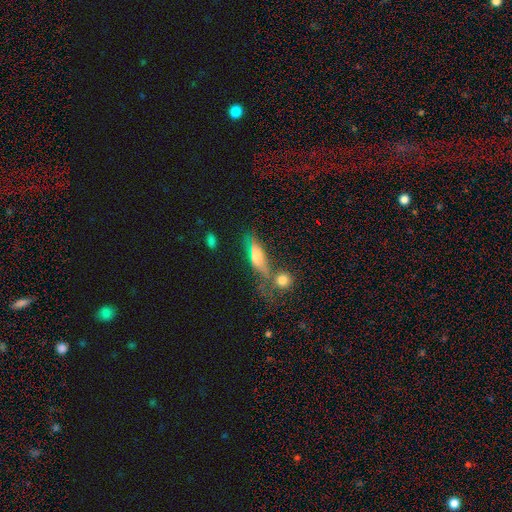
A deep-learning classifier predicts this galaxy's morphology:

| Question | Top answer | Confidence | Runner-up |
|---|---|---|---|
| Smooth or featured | smooth | 45% | featured or disk (42%) |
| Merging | none | 43% | merger (27%) |